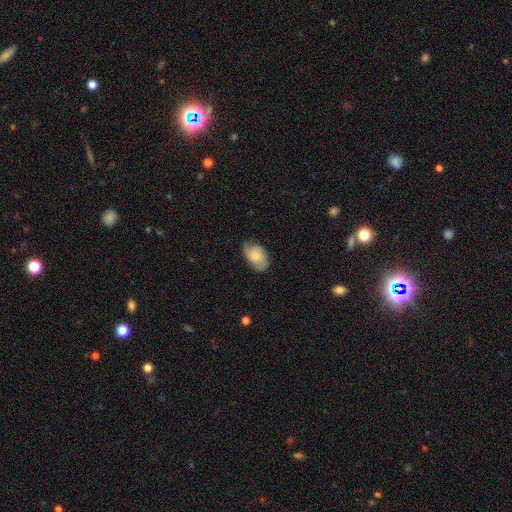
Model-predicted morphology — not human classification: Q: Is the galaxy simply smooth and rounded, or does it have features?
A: featured or disk — 47%.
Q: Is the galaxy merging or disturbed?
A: none — 62%.